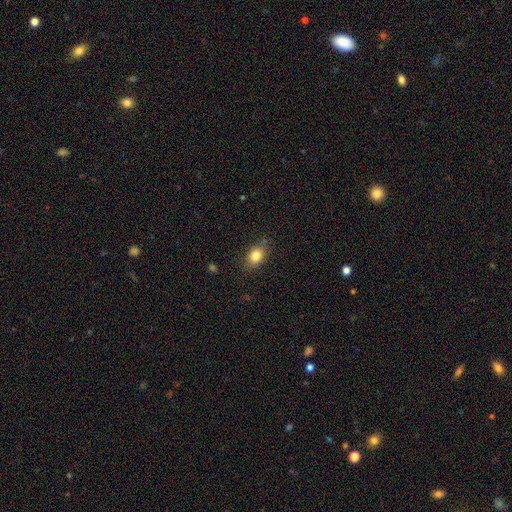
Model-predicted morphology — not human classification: smooth_or_featured: smooth (p=0.83) [alt: star or artifact p=0.09]
how_rounded: in between (p=0.71) [alt: round p=0.27]
merging: none (p=0.81) [alt: minor disturbance p=0.14]